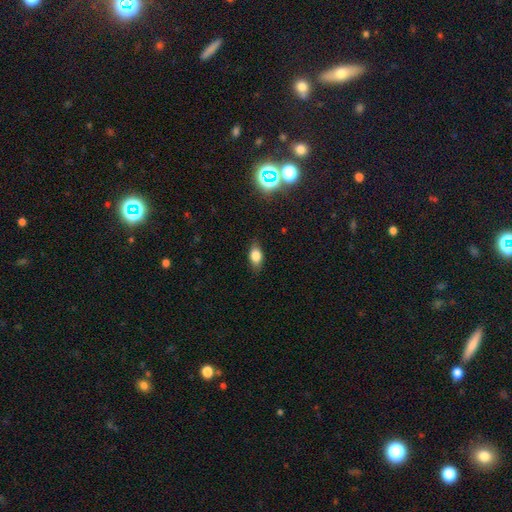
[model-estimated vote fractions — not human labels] This is likely a smooth galaxy (75%). How rounded: clearly in between (82%). Merging: clearly none (83%).